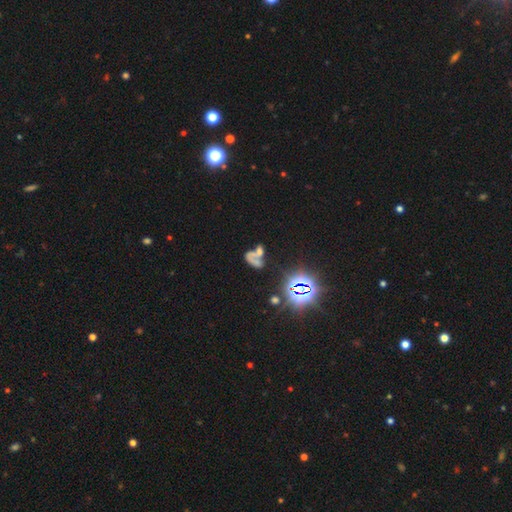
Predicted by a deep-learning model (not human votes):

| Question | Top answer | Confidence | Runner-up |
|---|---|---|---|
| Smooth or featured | featured or disk | 38% | smooth (34%) |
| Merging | merger | 55% | major disturbance (18%) |